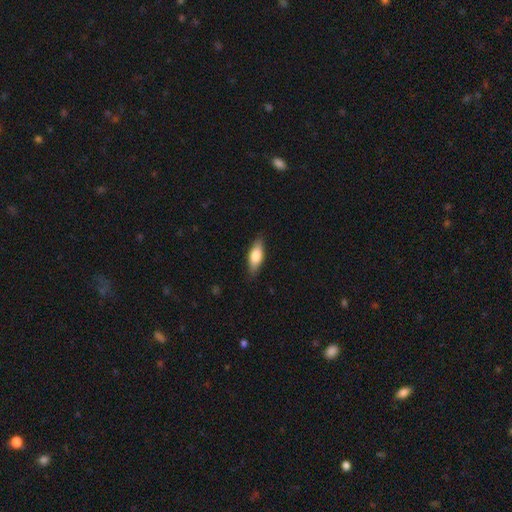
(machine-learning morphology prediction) smooth 71%, featured or disk 23%, star or artifact 6%. Down the decision tree: how rounded — in between (70%); merging — none (84%).